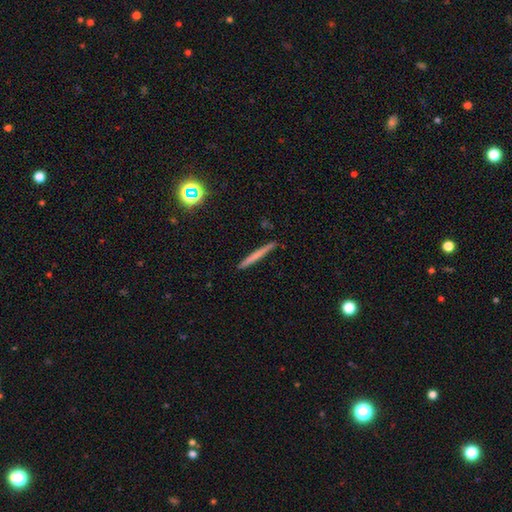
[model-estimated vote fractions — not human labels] smooth 60%, featured or disk 32%, star or artifact 8%. Down the decision tree: how rounded — cigar-shaped (96%); merging — none (90%).